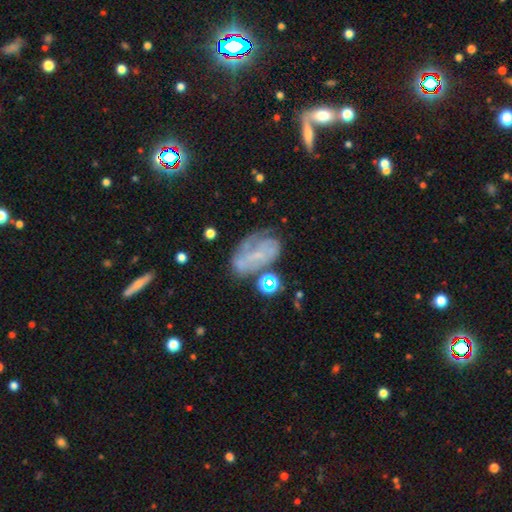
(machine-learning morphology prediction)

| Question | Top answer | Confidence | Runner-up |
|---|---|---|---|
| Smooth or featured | featured or disk | 57% | smooth (27%) |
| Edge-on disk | no | 94% | yes (6%) |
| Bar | no | 56% | weak (30%) |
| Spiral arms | yes | 62% | no (38%) |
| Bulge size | small | 53% | none (35%) |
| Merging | none | 48% | minor disturbance (22%) |